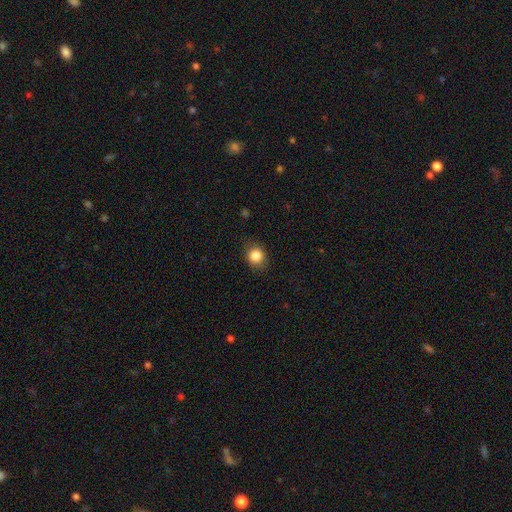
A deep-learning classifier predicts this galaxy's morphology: This appears to be a smooth galaxy with no disk features (84%) that is round (73%). Merging: none (82%).